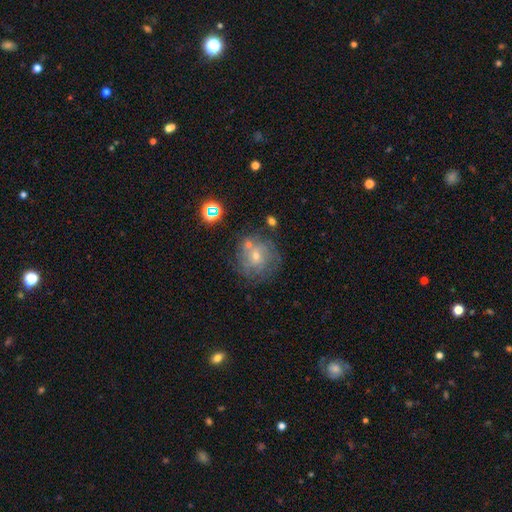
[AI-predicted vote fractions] This appears to be a featured or disk galaxy (62%) with no bar (68%), spiral arms (80%) and a small central bulge (61%). Merging: none (62%).